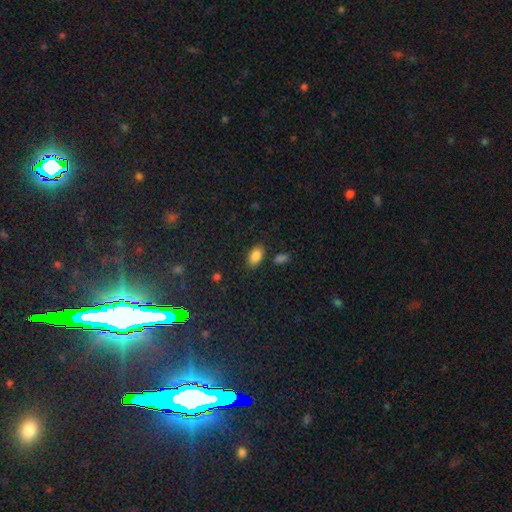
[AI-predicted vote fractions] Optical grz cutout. It shows a smooth galaxy with no disk features (85%) that is in between round and cigar-shaped (90%). Merging: none (81%).